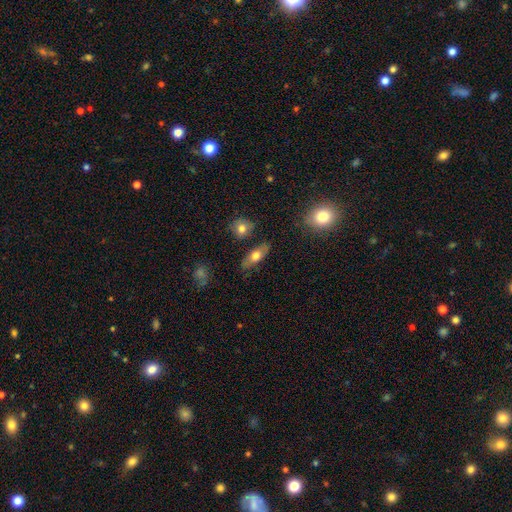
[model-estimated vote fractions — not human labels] The model was most divided on "smooth or featured": smooth: 66%, featured or disk: 27%, star or artifact: 7%. More confident: merging — none (79%); how rounded — in between (70%).